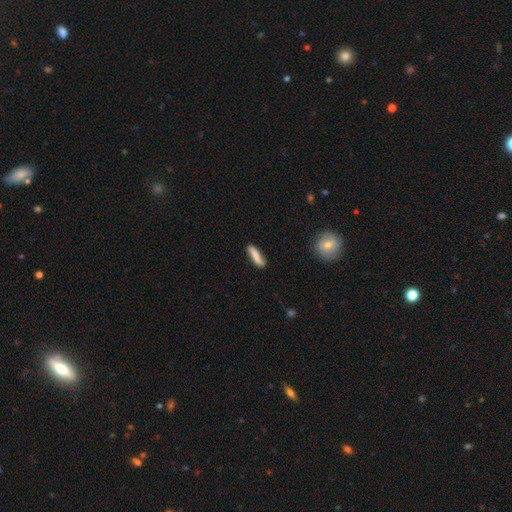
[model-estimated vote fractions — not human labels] smooth_or_featured: smooth (p=0.76) [alt: featured or disk p=0.17]
how_rounded: cigar-shaped (p=0.76) [alt: in between p=0.22]
merging: none (p=0.77) [alt: minor disturbance p=0.16]